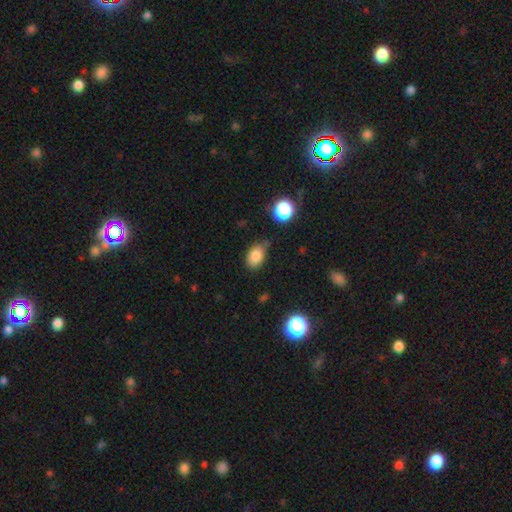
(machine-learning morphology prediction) Smooth or featured?
  - smooth: 83% *
  - star or artifact: 10%
  - featured or disk: 7%
How rounded?
  - in between: 82% *
  - round: 17%
  - cigar-shaped: 1%
Merging?
  - none: 64% *
  - minor disturbance: 26%
  - merger: 5%
  - major disturbance: 5%